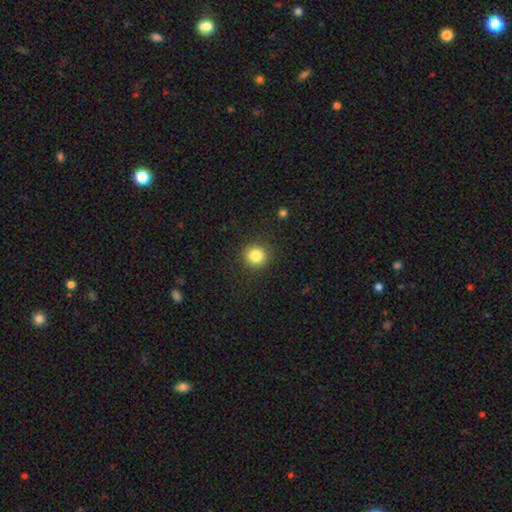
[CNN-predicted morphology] Overall: smooth (84%). How rounded: round (90%). Merging: none (90%).